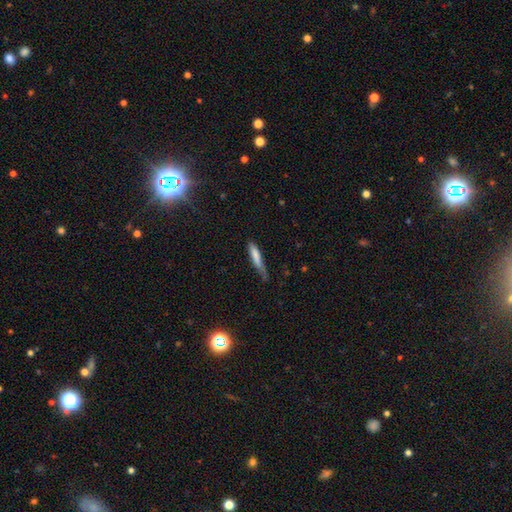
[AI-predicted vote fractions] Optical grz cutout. It shows a smooth galaxy with no disk features (76%) that is cigar-shaped (87%). Merging: none (46%).